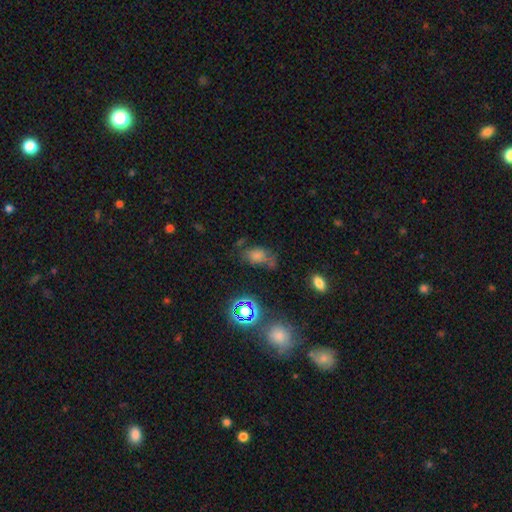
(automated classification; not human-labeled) A smooth galaxy with no disk features (54%) that is in between round and cigar-shaped (72%).

Vote fractions:
- Smooth or featured? smooth: 54% / star or artifact: 33% / featured or disk: 14%
- How rounded? in between: 72% / round: 25% / cigar-shaped: 3%
- Merging? none: 52% / minor disturbance: 23% / major disturbance: 13% / merger: 12%